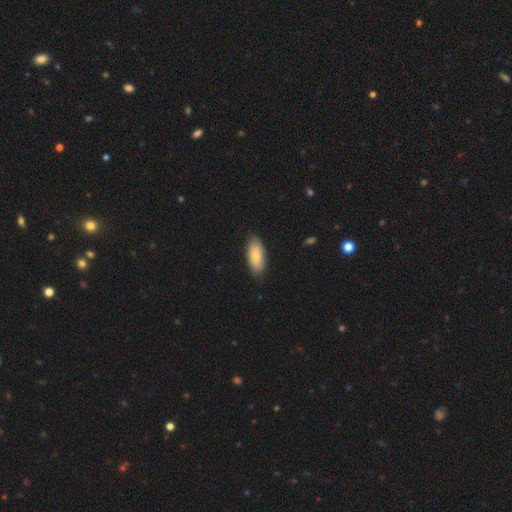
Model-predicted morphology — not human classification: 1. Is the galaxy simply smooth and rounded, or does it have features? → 74% smooth, 21% featured or disk, 6% star or artifact.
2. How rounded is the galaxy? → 91% in between, 7% cigar-shaped, 2% round.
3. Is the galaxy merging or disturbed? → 82% none, 14% minor disturbance, 2% major disturbance, 1% merger.